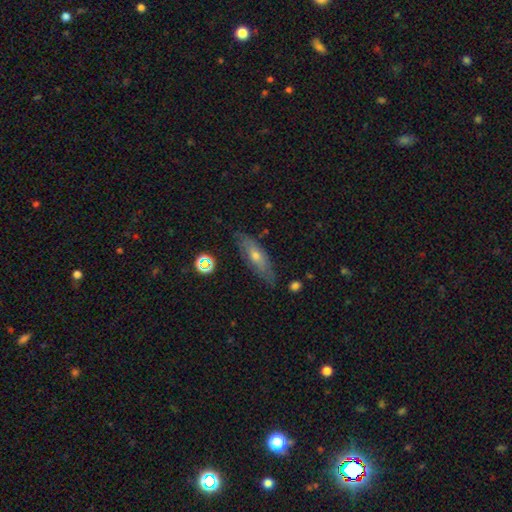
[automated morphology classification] This appears to be a featured or disk galaxy (50%) with not edge-on (50%, tied with yes). Merging: none (79%).